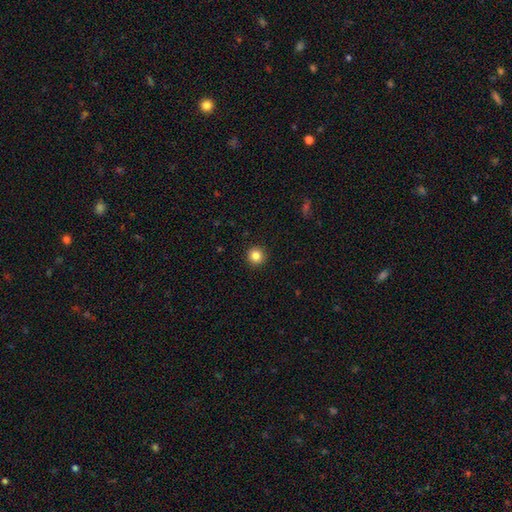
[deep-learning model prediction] A smooth galaxy with no disk features (84%) that is round (95%). Merging: none (93%).